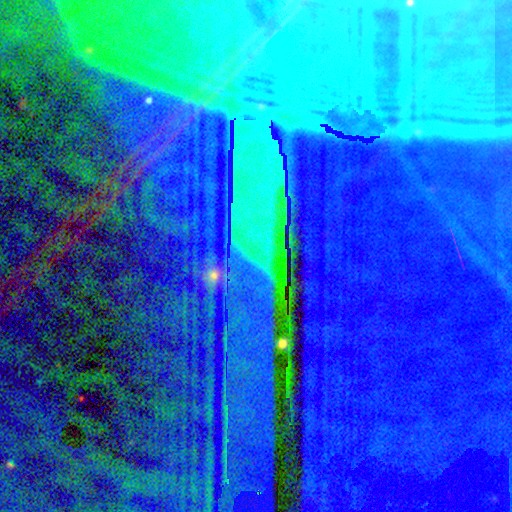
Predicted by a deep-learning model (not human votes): Q: Smooth or featured?
A: star or artifact (87%); runner-up: featured or disk (7%)